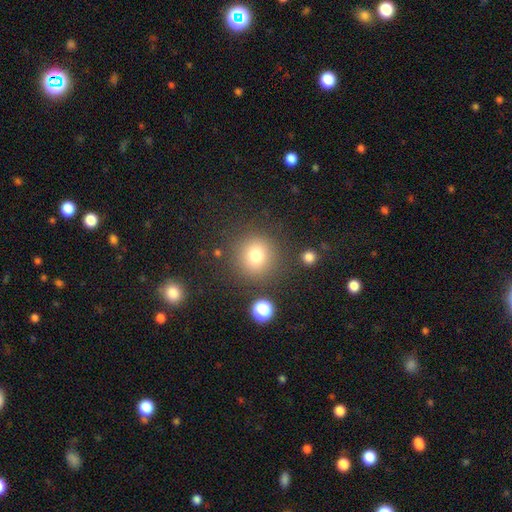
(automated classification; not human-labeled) Smooth or featured: smooth — 77% (star or artifact — 14%)
How rounded: round — 91% (in between — 8%)
Merging: none — 83% (minor disturbance — 9%)